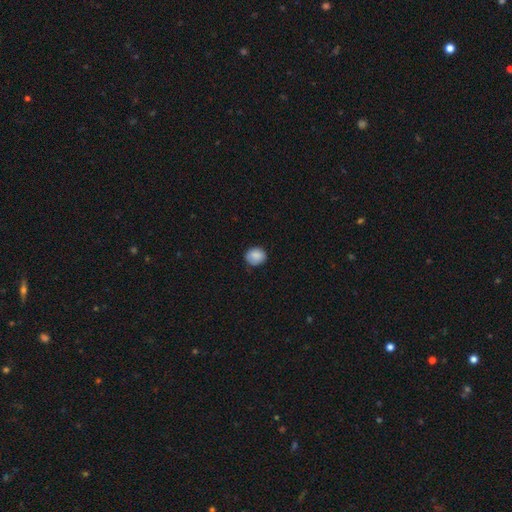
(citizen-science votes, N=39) This appears to be a smooth galaxy with no disk features (85%) that is round (73%). Merging: none (89%).